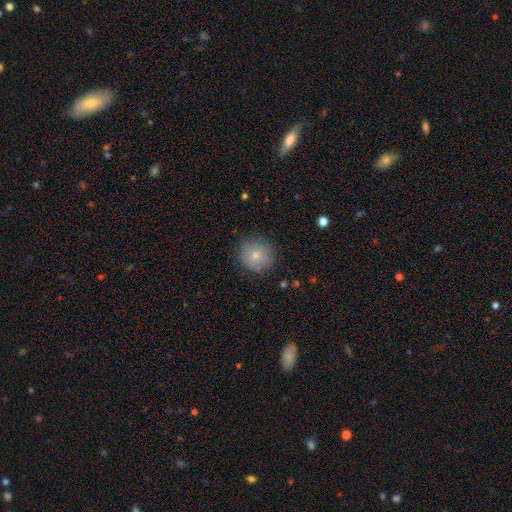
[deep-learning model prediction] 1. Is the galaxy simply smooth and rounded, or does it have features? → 76% smooth, 14% featured or disk, 9% star or artifact.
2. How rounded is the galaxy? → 89% round, 10% in between, 1% cigar-shaped.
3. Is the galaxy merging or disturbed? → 83% none, 12% minor disturbance, 3% major disturbance, 1% merger.